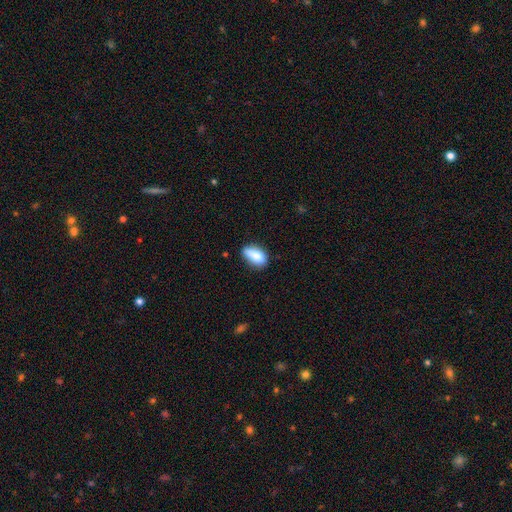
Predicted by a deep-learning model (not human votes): Smooth or featured? Predicted: smooth (p=0.81). How rounded? Predicted: in between (p=0.86). Merging? Predicted: none (p=0.53).